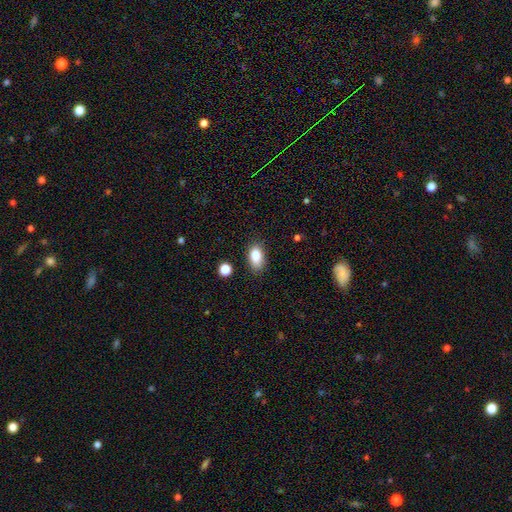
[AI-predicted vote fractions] The model was most divided on "merging": none: 83%, minor disturbance: 13%, major disturbance: 3%, merger: 2%. More confident: how rounded — in between (90%); smooth or featured — smooth (84%).